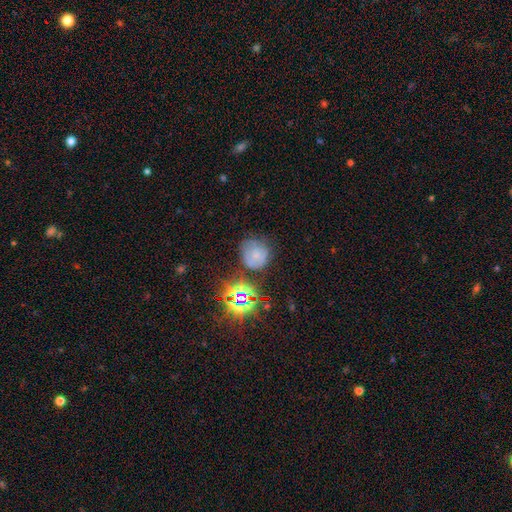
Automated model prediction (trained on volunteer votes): Overall: smooth (51%; featured or disk 27%). How rounded: round (83%). Merging: none (59%; minor disturbance 25%).